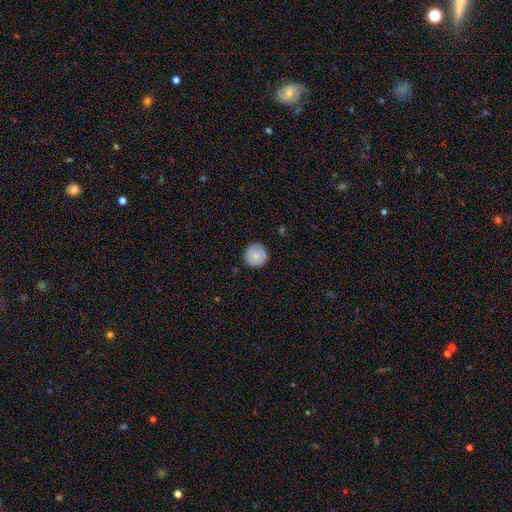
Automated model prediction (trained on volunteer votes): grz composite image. It shows a smooth galaxy with no disk features (82%) that is round (95%). Merging: none (86%).